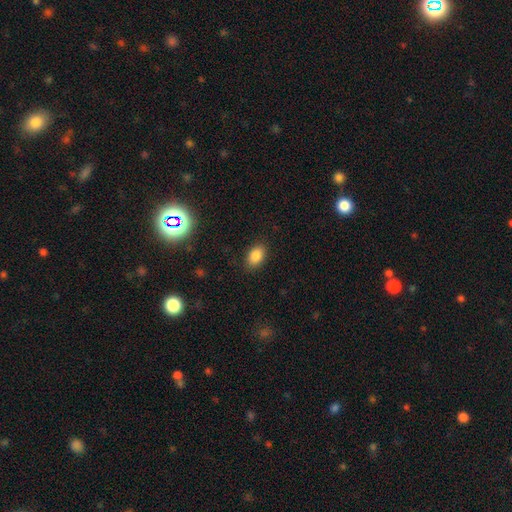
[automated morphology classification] Smooth or featured?
  - smooth: 85% *
  - star or artifact: 10%
  - featured or disk: 5%
How rounded?
  - in between: 85% *
  - round: 14%
  - cigar-shaped: 1%
Merging?
  - none: 86% *
  - minor disturbance: 10%
  - major disturbance: 3%
  - merger: 1%